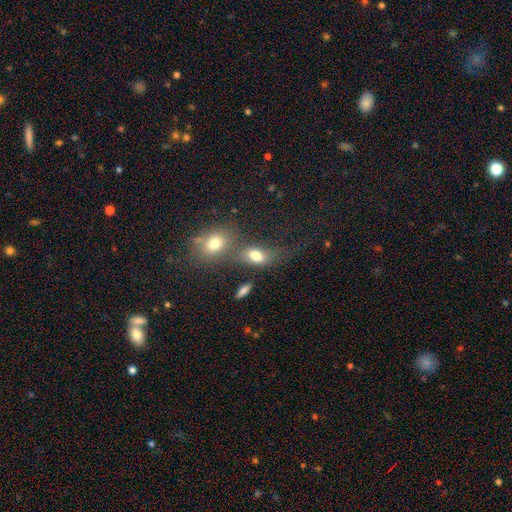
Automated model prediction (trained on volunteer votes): Morphology: type=smooth (75%); roundness=in between (76%); merging=merger (38%, tied with none).